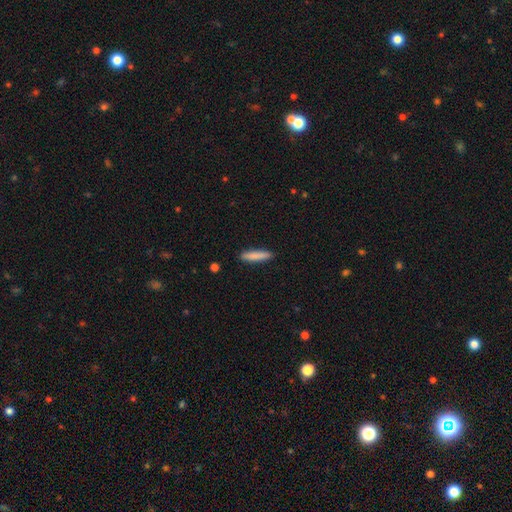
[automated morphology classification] Overall: smooth (85%). How rounded: cigar-shaped (85%). Merging: none (90%).